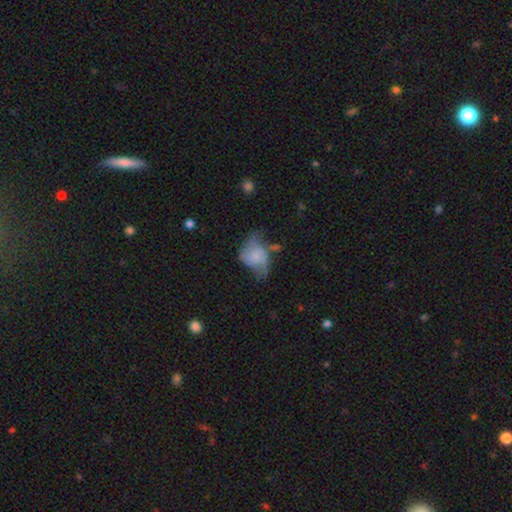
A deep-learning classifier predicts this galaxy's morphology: Q: Smooth or featured?
A: smooth (48%); runner-up: featured or disk (43%)
Q: Merging?
A: major disturbance (35%); runner-up: minor disturbance (29%)